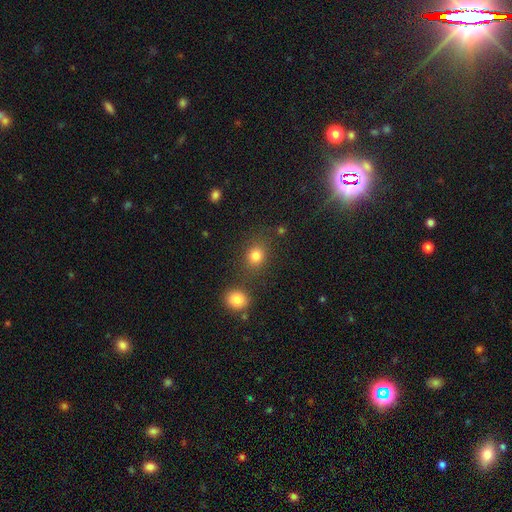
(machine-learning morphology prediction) Smooth or featured: smooth — 82% (star or artifact — 13%)
How rounded: round — 69% (in between — 30%)
Merging: none — 73% (merger — 11%)